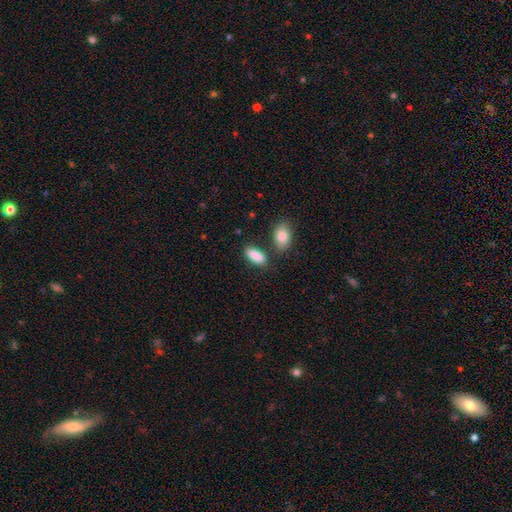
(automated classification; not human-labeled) A smooth galaxy with no disk features (89%) that is in between round and cigar-shaped (85%).

Vote fractions:
- Smooth or featured? smooth: 89% / star or artifact: 7% / featured or disk: 5%
- How rounded? in between: 85% / cigar-shaped: 11% / round: 3%
- Merging? none: 72% / minor disturbance: 13% / merger: 11% / major disturbance: 4%